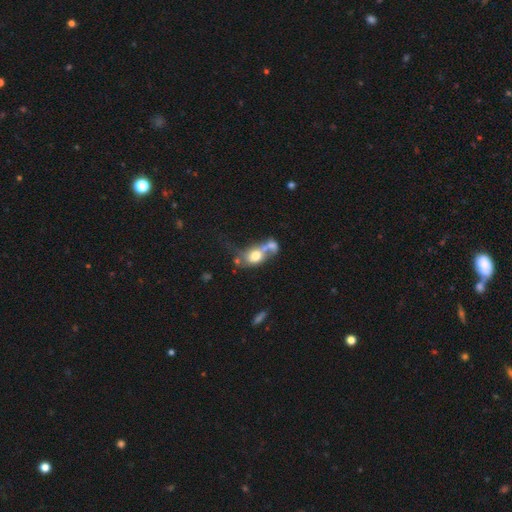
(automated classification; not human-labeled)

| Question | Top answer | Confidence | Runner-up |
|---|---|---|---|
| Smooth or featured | smooth | 65% | featured or disk (25%) |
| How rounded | in between | 60% | round (37%) |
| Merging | merger | 58% | none (19%) |